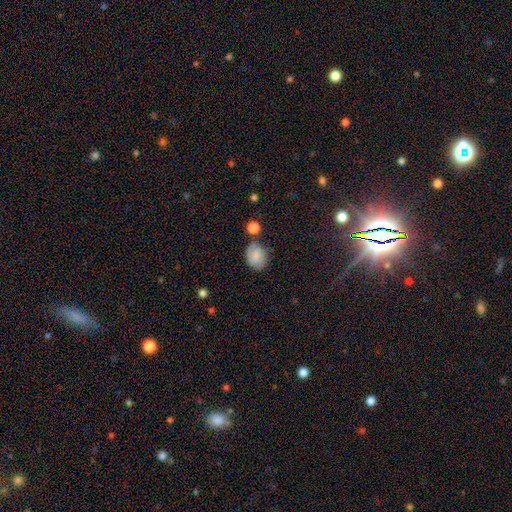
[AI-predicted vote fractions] Q: Smooth or featured?
A: smooth (72%); runner-up: featured or disk (18%)
Q: How rounded?
A: in between (54%); runner-up: round (44%)
Q: Merging?
A: none (64%); runner-up: minor disturbance (22%)